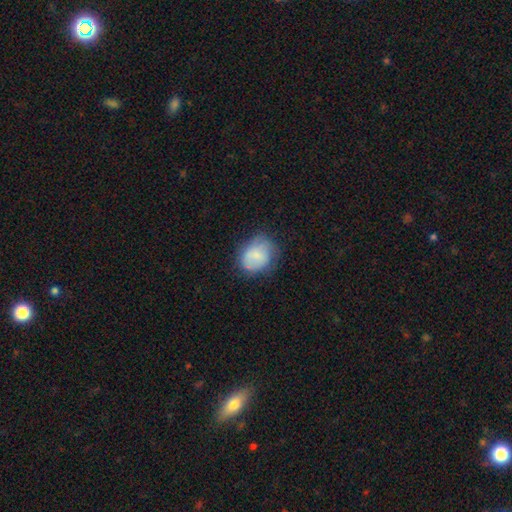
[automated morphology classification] smooth 73%, featured or disk 19%, star or artifact 8%. Down the decision tree: how rounded — round (54%); merging — none (58%).